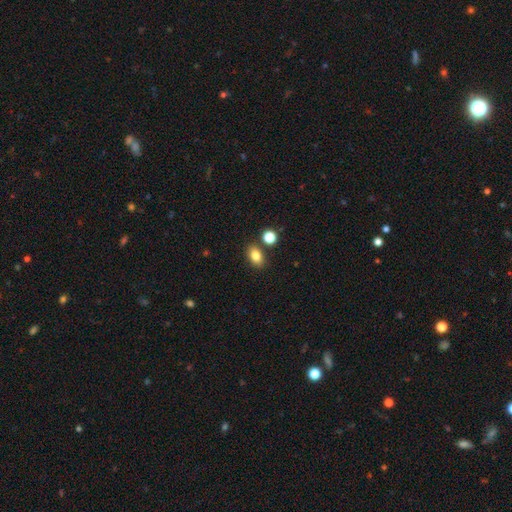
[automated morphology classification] Overall: smooth (82%). How rounded: in between (79%). Merging: none (80%).